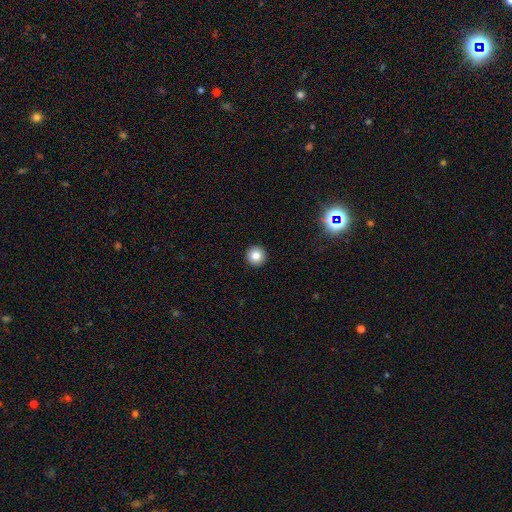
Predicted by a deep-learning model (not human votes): A smooth galaxy with no disk features (84%) that is round (96%).

Vote fractions:
- Smooth or featured? smooth: 84% / star or artifact: 10% / featured or disk: 6%
- How rounded? round: 96% / in between: 3% / cigar-shaped: 1%
- Merging? none: 94% / minor disturbance: 4% / major disturbance: 1% / merger: 1%